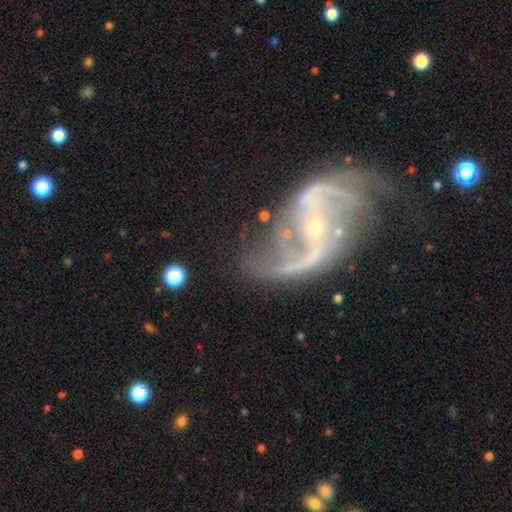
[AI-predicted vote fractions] Smooth or featured?
  - featured or disk: 91% *
  - star or artifact: 6%
  - smooth: 3%
Edge-on disk?
  - no: 97% *
  - yes: 3%
Bar?
  - no: 48% *
  - weak: 28%
  - strong: 24%
Spiral arms?
  - yes: 96% *
  - no: 4%
Spiral winding?
  - loose: 71% *
  - medium: 22%
  - tight: 6%
Spiral arm count?
  - 2: 91% *
  - can't tell: 2%
  - 1: 2%
  - 3: 2%
  - 4: 1%
  - more than 4: 1%
Bulge size?
  - small: 84% *
  - moderate: 12%
  - none: 2%
  - large: 1%
  - dominant: 1%
Merging?
  - none: 54% *
  - major disturbance: 20%
  - minor disturbance: 19%
  - merger: 7%